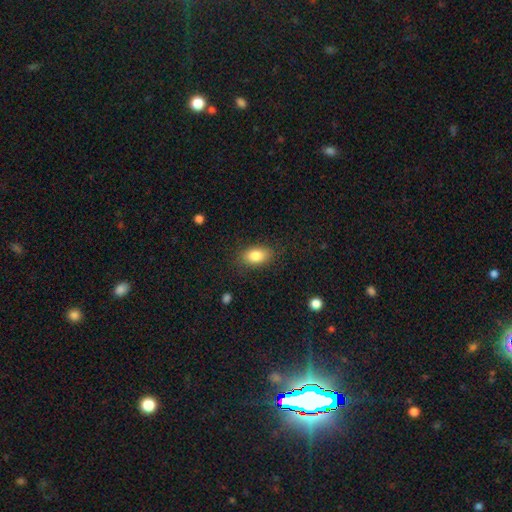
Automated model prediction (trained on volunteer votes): Smooth or featured? Predicted: smooth (p=0.85). How rounded? Predicted: in between (p=0.88). Merging? Predicted: none (p=0.83).